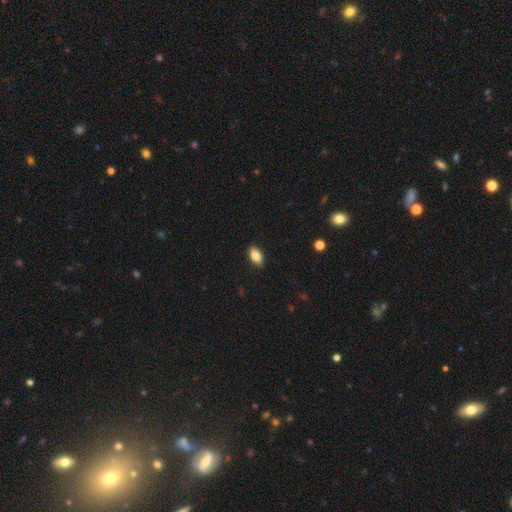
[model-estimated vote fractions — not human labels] The model was most divided on "smooth or featured": smooth: 86%, star or artifact: 8%, featured or disk: 7%. More confident: how rounded — in between (92%); merging — none (89%).